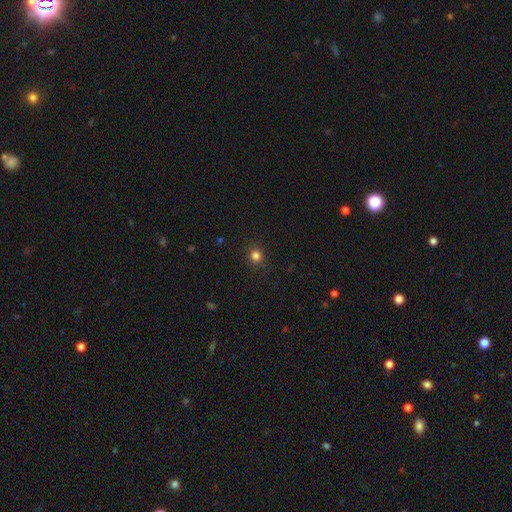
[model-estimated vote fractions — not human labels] Smooth or featured? smooth (82%)
How rounded? round (87%)
Merging? none (90%)